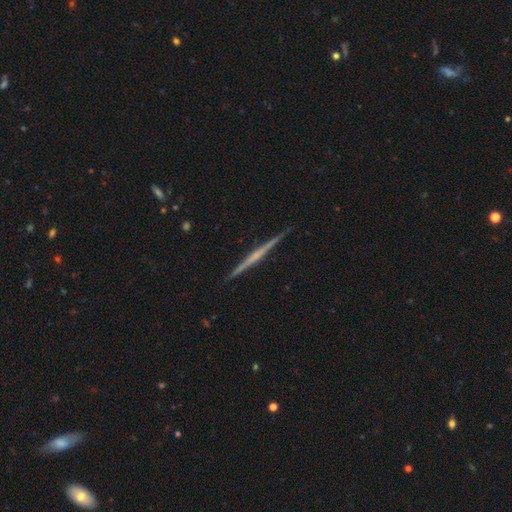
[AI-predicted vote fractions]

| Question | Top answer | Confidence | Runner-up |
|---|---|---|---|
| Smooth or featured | featured or disk | 77% | smooth (17%) |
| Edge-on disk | yes | 99% | no (1%) |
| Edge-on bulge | none | 54% | rounded (36%) |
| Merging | none | 92% | minor disturbance (6%) |